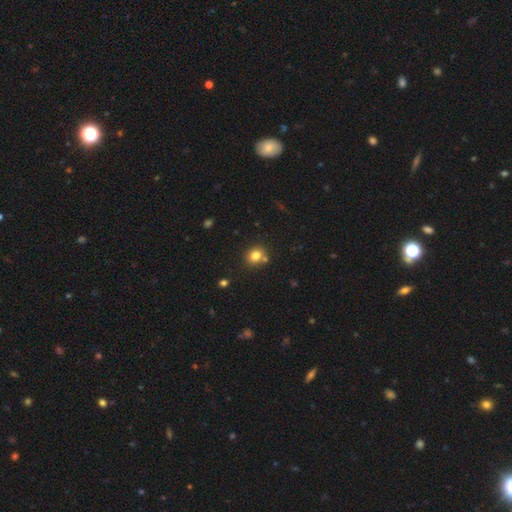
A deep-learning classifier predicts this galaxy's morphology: smooth_or_featured: smooth (p=0.80) [alt: star or artifact p=0.13]
how_rounded: round (p=0.71) [alt: in between p=0.28]
merging: none (p=0.73) [alt: merger p=0.15]